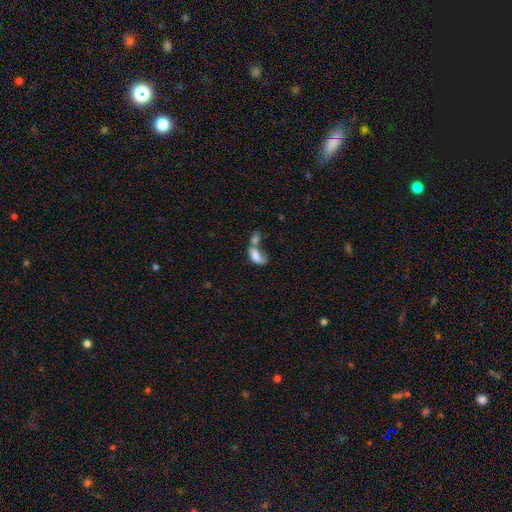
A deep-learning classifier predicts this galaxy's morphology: smooth-or-featured: smooth: 67% | featured or disk: 23% | star or artifact: 10%
  how-rounded: in between: 87% | round: 7% | cigar-shaped: 6%
  merging: merger: 64% | major disturbance: 14% | none: 13% | minor disturbance: 8%